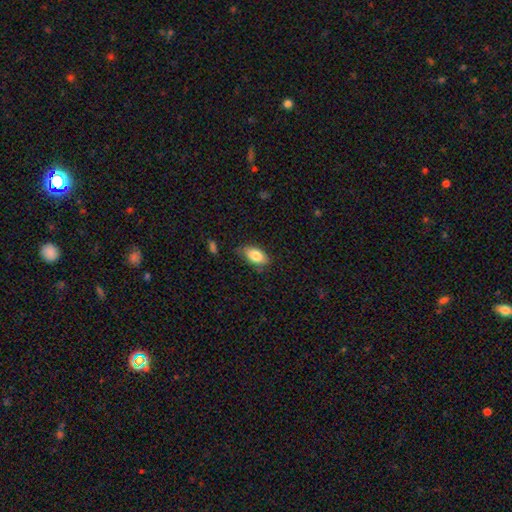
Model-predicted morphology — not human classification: A smooth galaxy with no disk features (83%) that is in between round and cigar-shaped (91%). Merging: none (76%).